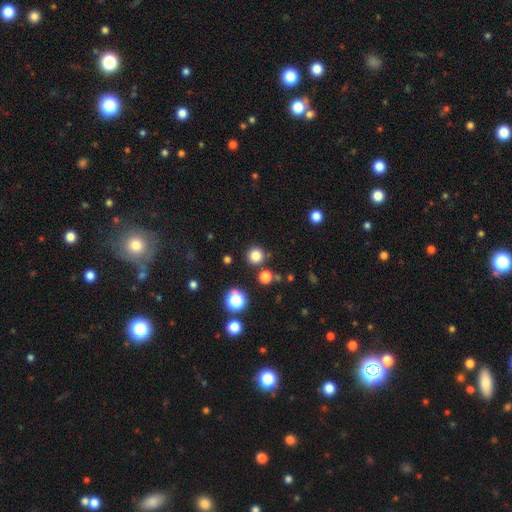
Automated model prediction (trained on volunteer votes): Smooth or featured? smooth (80%)
How rounded? round (95%)
Merging? none (87%)